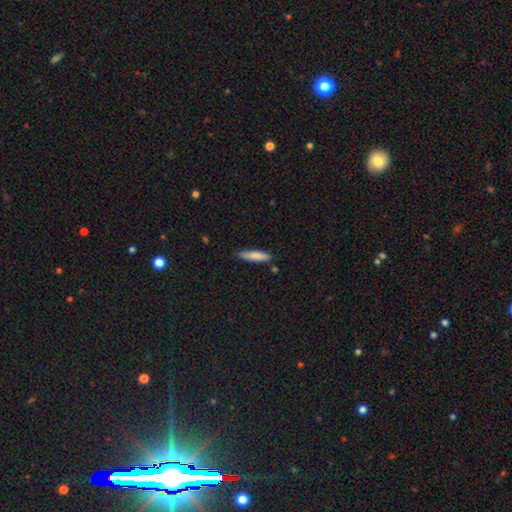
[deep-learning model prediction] The model was most divided on "smooth or featured": smooth: 81%, featured or disk: 14%, star or artifact: 6%. More confident: merging — none (85%); how rounded — cigar-shaped (83%).